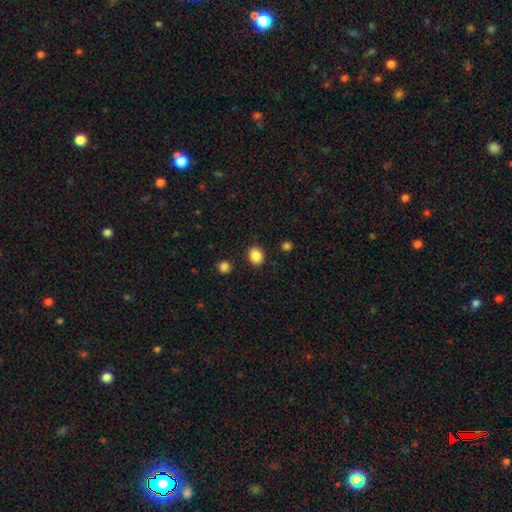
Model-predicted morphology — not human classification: This is clearly a smooth galaxy (88%). How rounded: possibly in between (50%). Merging: clearly none (88%).